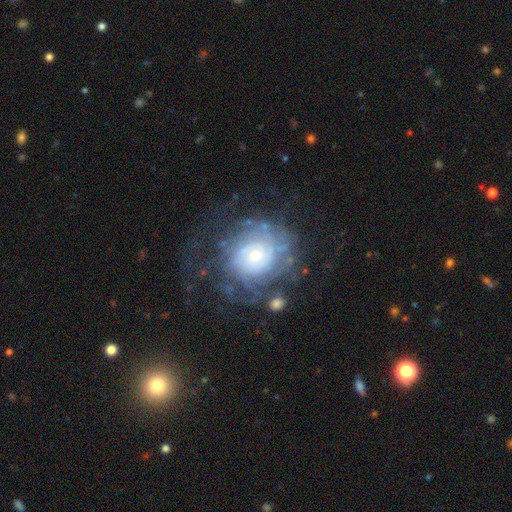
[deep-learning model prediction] Morphology: type=featured or disk (77%); edge-on=no (97%); bar=no (78%); spiral arms=yes (87%); winding=tight (70%); arm count=can't tell (53%); bulge=small (60%); merging=none (59%).